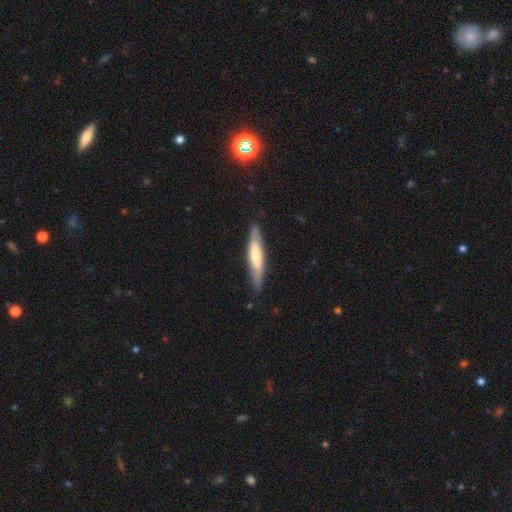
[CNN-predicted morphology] smooth-or-featured: smooth: 56% | featured or disk: 39% | star or artifact: 5%
  how-rounded: cigar-shaped: 88% | in between: 11% | round: 1%
  merging: none: 84% | minor disturbance: 13% | major disturbance: 2% | merger: 1%